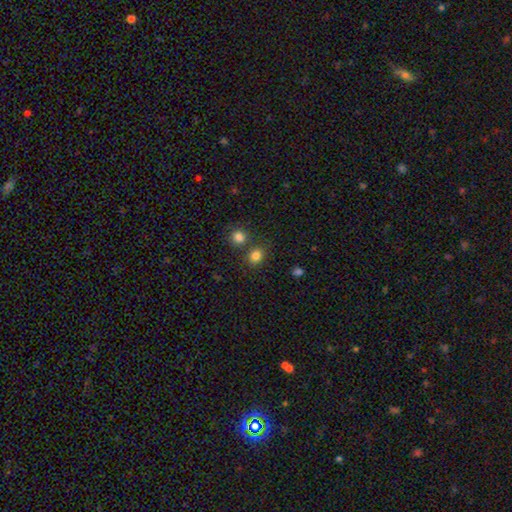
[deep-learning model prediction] A smooth galaxy with no disk features (82%) that is round (67%).

Vote fractions:
- Smooth or featured? smooth: 82% / star or artifact: 13% / featured or disk: 5%
- How rounded? round: 67% / in between: 32% / cigar-shaped: 1%
- Merging? none: 70% / merger: 17% / minor disturbance: 10% / major disturbance: 3%